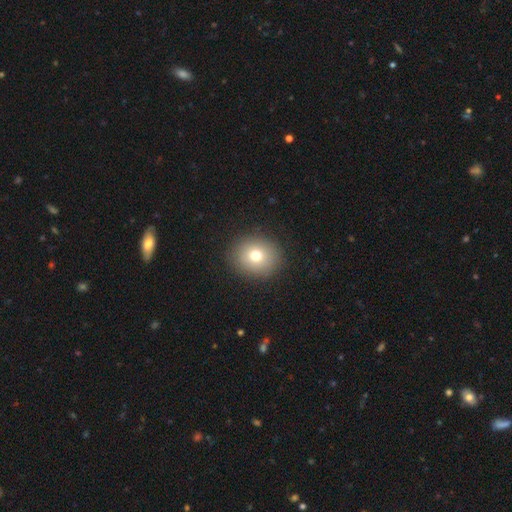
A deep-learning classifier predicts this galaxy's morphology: A smooth galaxy with no disk features (73%) that is round (81%).

Vote fractions:
- Smooth or featured? smooth: 73% / featured or disk: 14% / star or artifact: 13%
- How rounded? round: 81% / in between: 19% / cigar-shaped: 1%
- Merging? none: 89% / minor disturbance: 7% / major disturbance: 3% / merger: 1%